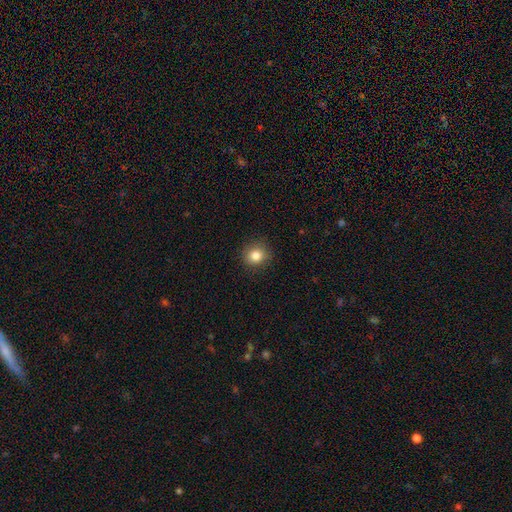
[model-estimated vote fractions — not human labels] Morphology: type=smooth (83%); roundness=round (85%); merging=none (89%).